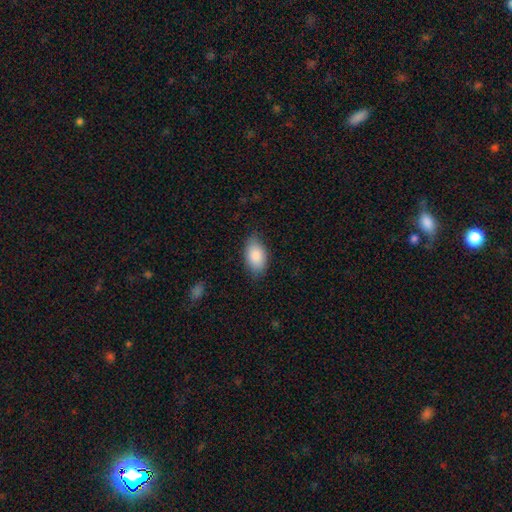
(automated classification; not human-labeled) smooth 88%, star or artifact 6%, featured or disk 6%. Down the decision tree: how rounded — in between (92%); merging — none (78%).